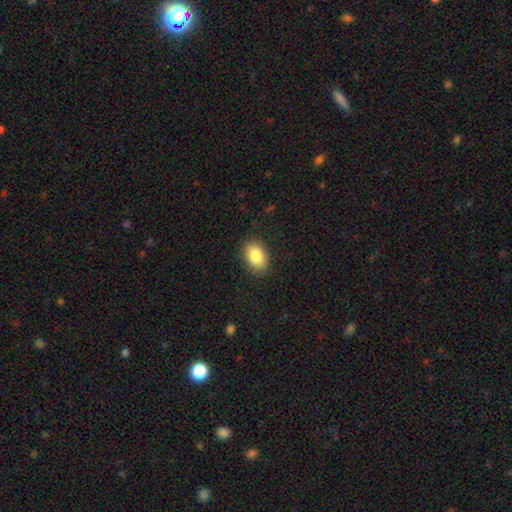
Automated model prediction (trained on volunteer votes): A smooth galaxy with no disk features (86%) that is in between round and cigar-shaped (81%). Merging: none (87%).